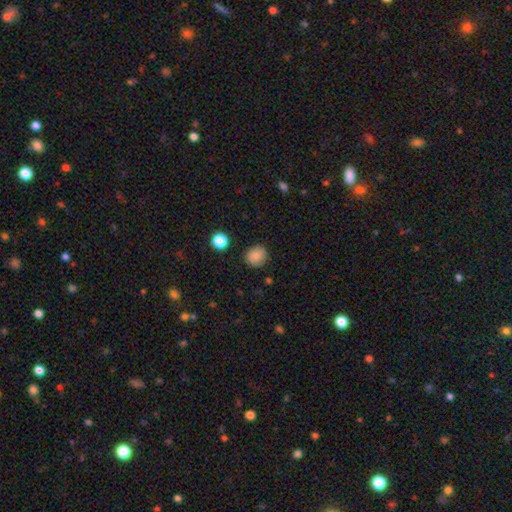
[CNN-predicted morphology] This appears to be a smooth galaxy with no disk features (85%) that is round (83%). Merging: none (88%).